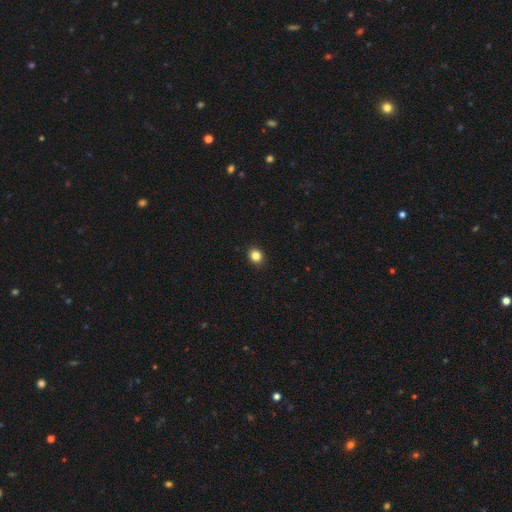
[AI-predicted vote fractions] Overall: smooth (84%). How rounded: round (71%). Merging: none (92%).